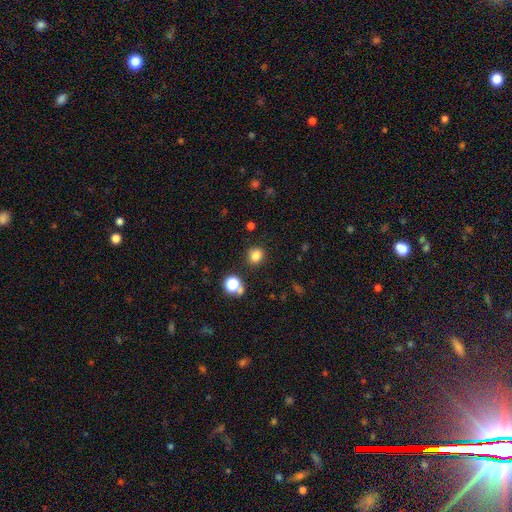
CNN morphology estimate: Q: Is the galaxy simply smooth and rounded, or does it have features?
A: smooth — 81%.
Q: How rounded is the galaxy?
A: round — 78%.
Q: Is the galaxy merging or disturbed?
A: none — 85%.